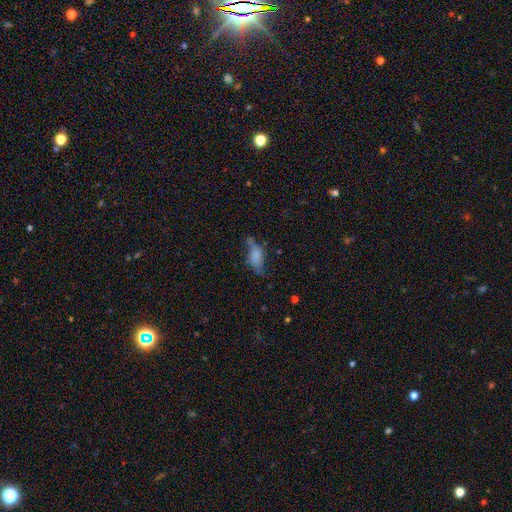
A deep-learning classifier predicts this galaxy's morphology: This appears to be a smooth galaxy with no disk features (61%) that is in between round and cigar-shaped (78%). Merging: none (42%).